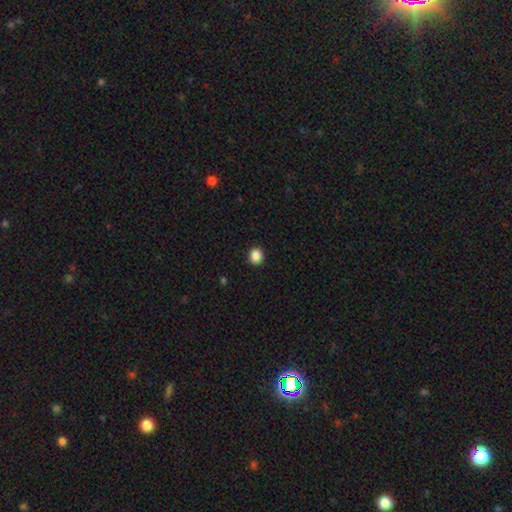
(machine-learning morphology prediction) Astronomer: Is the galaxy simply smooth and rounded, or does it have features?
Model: smooth — 88%.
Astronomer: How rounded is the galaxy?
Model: round — 86%.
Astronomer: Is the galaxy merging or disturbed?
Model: none — 92%.